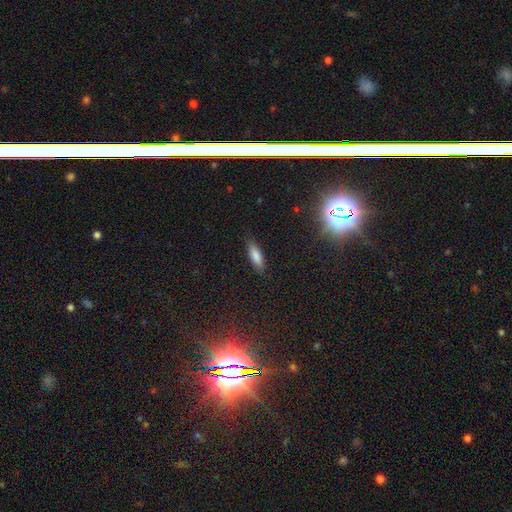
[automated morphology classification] Overall: smooth (82%). How rounded: in between (53%; cigar-shaped 45%). Merging: none (85%).